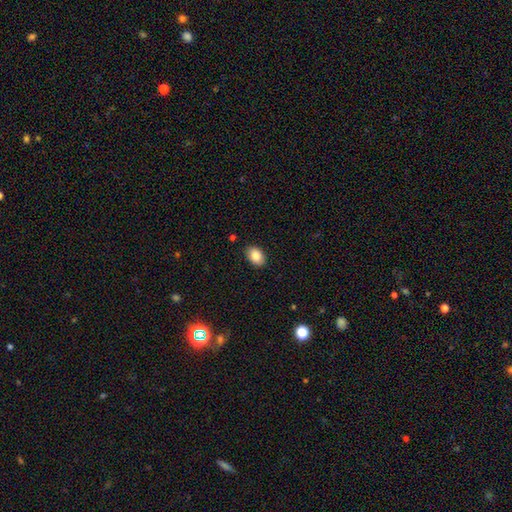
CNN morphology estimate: Q: Smooth or featured?
A: smooth (86%); runner-up: star or artifact (8%)
Q: How rounded?
A: in between (85%); runner-up: round (14%)
Q: Merging?
A: none (88%); runner-up: minor disturbance (9%)